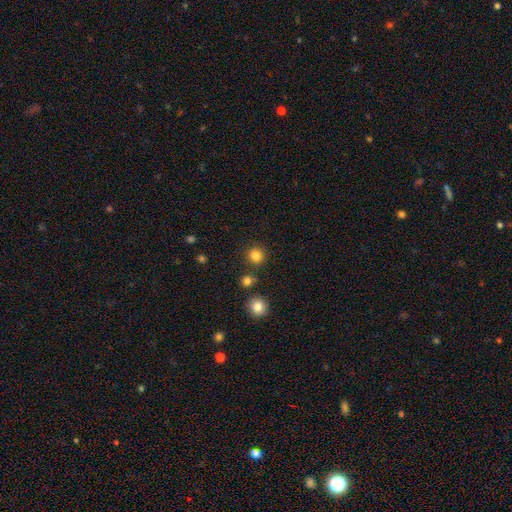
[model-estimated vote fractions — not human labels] Smooth or featured? Predicted: smooth (p=0.83). How rounded? Predicted: round (p=0.94). Merging? Predicted: none (p=0.87).